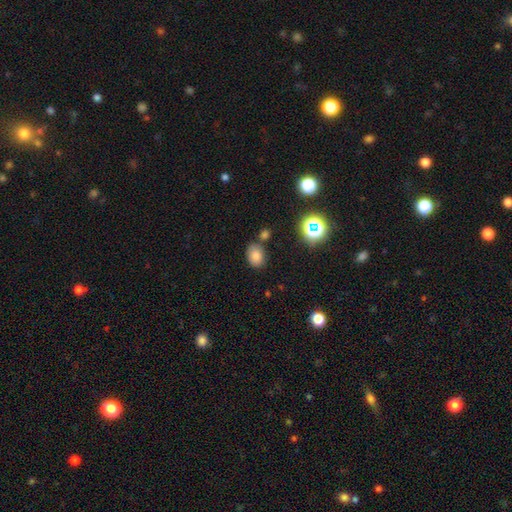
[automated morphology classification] This appears to be a smooth galaxy with no disk features (78%) that is in between round and cigar-shaped (69%). Merging: none (72%).